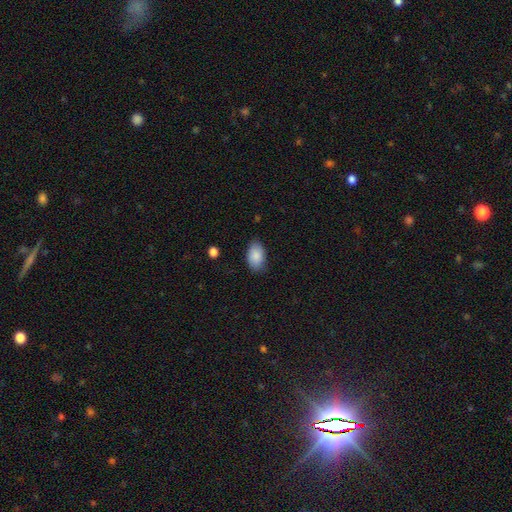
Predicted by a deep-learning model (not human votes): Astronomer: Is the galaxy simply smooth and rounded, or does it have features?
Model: smooth — 88%.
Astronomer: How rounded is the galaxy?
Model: in between — 93%.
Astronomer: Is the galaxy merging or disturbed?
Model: none — 83%.